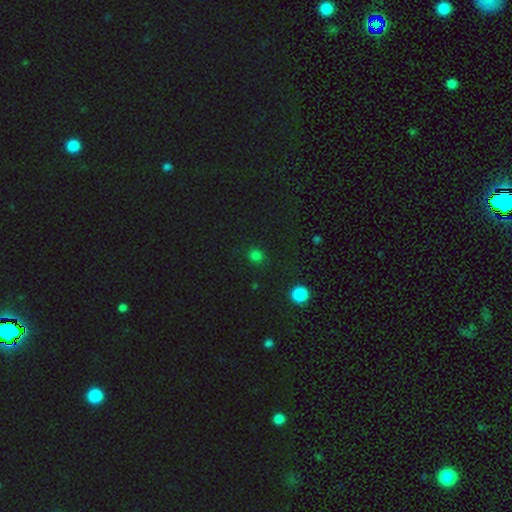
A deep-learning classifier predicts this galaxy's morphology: Smooth or featured? Predicted: smooth (p=0.76). How rounded? Predicted: round (p=0.86). Merging? Predicted: none (p=0.87).